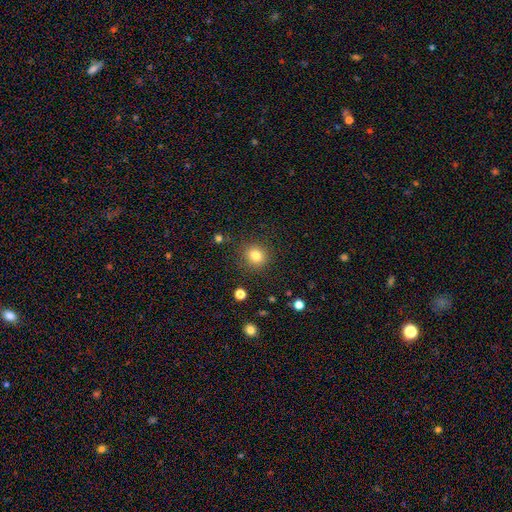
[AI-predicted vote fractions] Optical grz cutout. It shows a smooth galaxy with no disk features (81%) that is round (90%). Merging: none (88%).